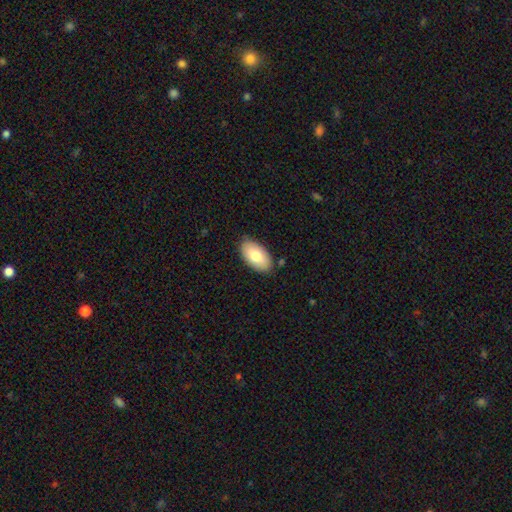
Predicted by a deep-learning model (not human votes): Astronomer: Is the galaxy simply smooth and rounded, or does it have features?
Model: smooth — 79%.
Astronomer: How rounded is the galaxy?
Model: in between — 95%.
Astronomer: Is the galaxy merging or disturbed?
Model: none — 85%.